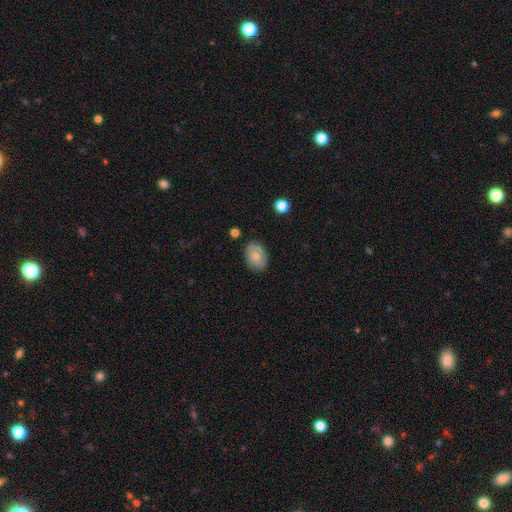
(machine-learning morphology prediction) Overall: smooth (75%). How rounded: in between (72%). Merging: none (82%).